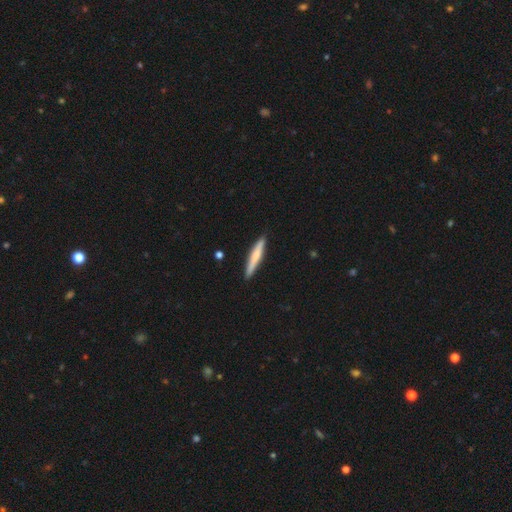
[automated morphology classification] Overall: smooth (59%; featured or disk 36%). How rounded: cigar-shaped (94%). Merging: none (89%).